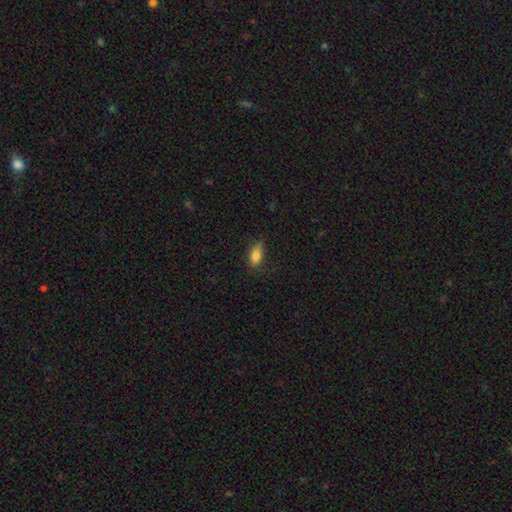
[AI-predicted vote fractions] Q: Smooth or featured?
A: smooth (83%); runner-up: featured or disk (9%)
Q: How rounded?
A: in between (84%); runner-up: cigar-shaped (13%)
Q: Merging?
A: none (67%); runner-up: minor disturbance (25%)